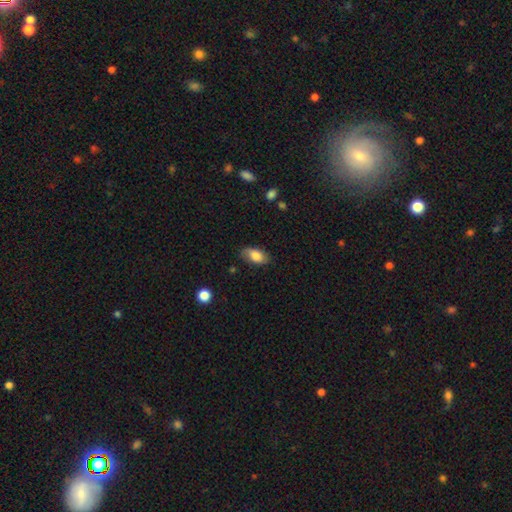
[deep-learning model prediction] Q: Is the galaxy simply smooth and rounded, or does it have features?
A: smooth — 79%.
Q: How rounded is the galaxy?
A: in between — 92%.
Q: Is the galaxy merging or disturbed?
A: none — 78%.